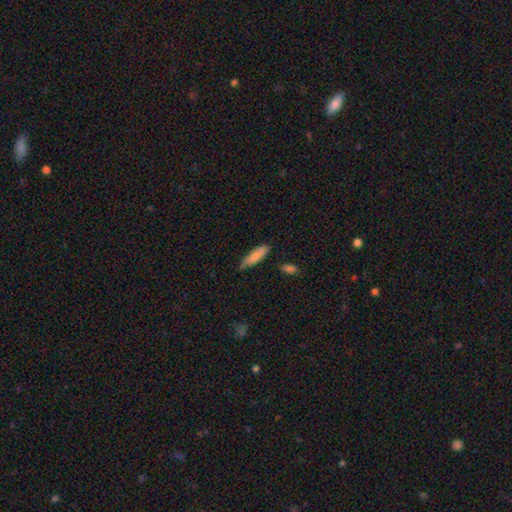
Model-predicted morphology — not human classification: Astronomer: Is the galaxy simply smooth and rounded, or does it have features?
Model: smooth — 82%.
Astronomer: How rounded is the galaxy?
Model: cigar-shaped — 63%.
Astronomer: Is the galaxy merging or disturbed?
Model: none — 70%.